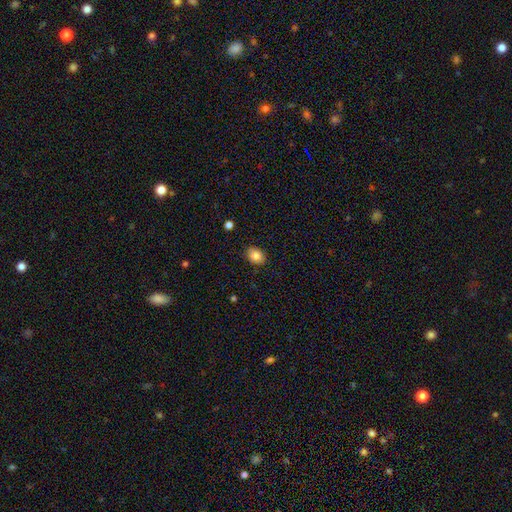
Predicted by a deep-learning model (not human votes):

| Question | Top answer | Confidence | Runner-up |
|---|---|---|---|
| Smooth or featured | smooth | 83% | star or artifact (9%) |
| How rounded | in between | 54% | round (45%) |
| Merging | none | 87% | minor disturbance (9%) |